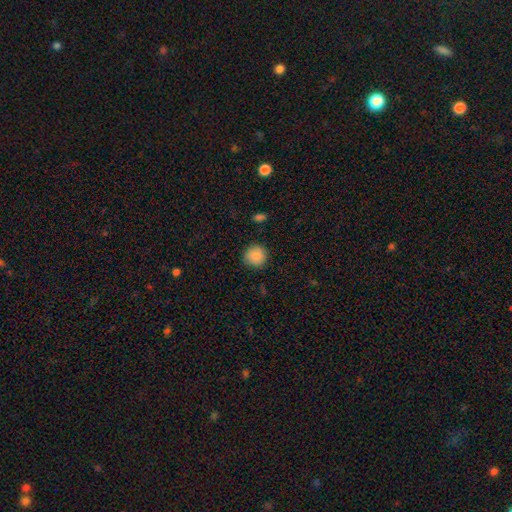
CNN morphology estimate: Smooth or featured?
  - smooth: 88% *
  - star or artifact: 8%
  - featured or disk: 4%
How rounded?
  - round: 93% *
  - in between: 6%
  - cigar-shaped: 1%
Merging?
  - none: 89% *
  - minor disturbance: 8%
  - major disturbance: 2%
  - merger: 1%